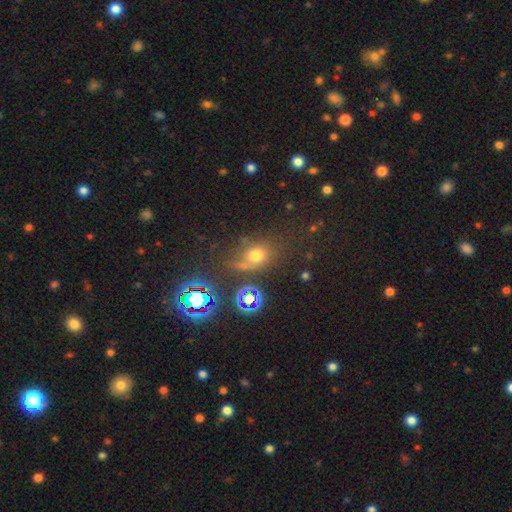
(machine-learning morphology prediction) A smooth galaxy with no disk features (59%) that is round (53%).

Vote fractions:
- Smooth or featured? smooth: 59% / star or artifact: 30% / featured or disk: 12%
- How rounded? round: 53% / in between: 44% / cigar-shaped: 2%
- Merging? none: 58% / minor disturbance: 18% / major disturbance: 13% / merger: 11%